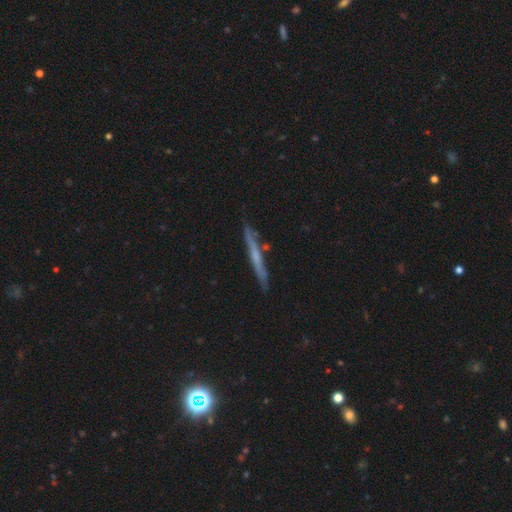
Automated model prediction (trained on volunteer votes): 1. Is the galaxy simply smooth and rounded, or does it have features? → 54% featured or disk, 39% smooth, 7% star or artifact.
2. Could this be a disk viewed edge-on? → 94% yes, 6% no.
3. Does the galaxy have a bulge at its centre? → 68% none, 26% rounded, 6% boxy.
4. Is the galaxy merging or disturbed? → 84% none, 11% minor disturbance, 3% merger, 2% major disturbance.